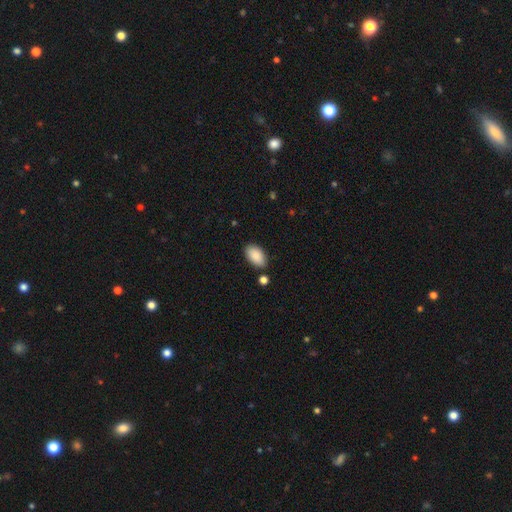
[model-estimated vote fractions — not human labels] Q: Smooth or featured?
A: smooth (89%); runner-up: star or artifact (7%)
Q: How rounded?
A: in between (94%); runner-up: round (4%)
Q: Merging?
A: none (82%); runner-up: minor disturbance (11%)